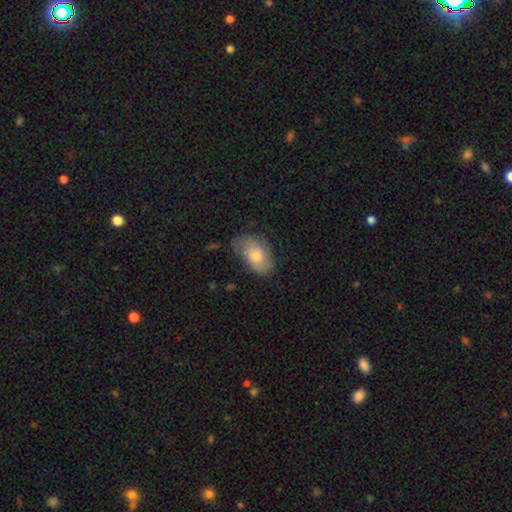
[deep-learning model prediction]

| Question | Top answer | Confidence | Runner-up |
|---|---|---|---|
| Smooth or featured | smooth | 62% | featured or disk (31%) |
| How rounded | in between | 91% | round (8%) |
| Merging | none | 65% | minor disturbance (26%) |